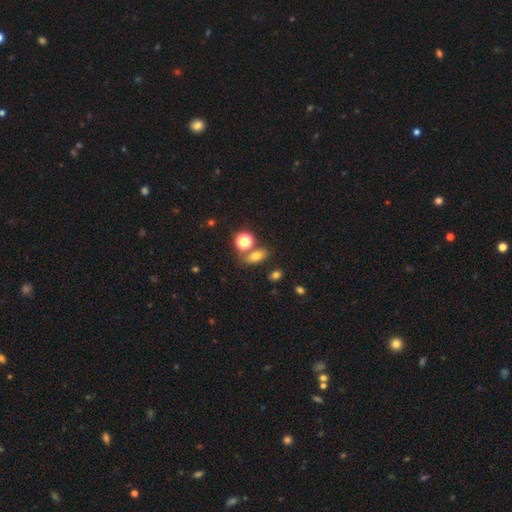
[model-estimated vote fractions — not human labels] Morphology: type=smooth (69%); roundness=in between (71%); merging=none (69%).